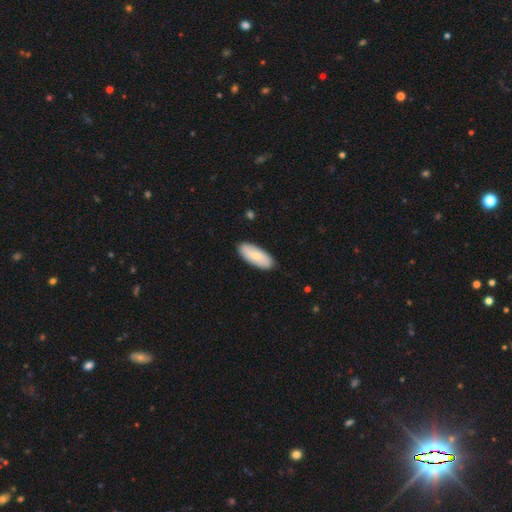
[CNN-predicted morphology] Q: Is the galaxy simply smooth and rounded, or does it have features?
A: smooth — 70%.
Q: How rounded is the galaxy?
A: in between — 83%.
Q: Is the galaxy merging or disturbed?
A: none — 88%.